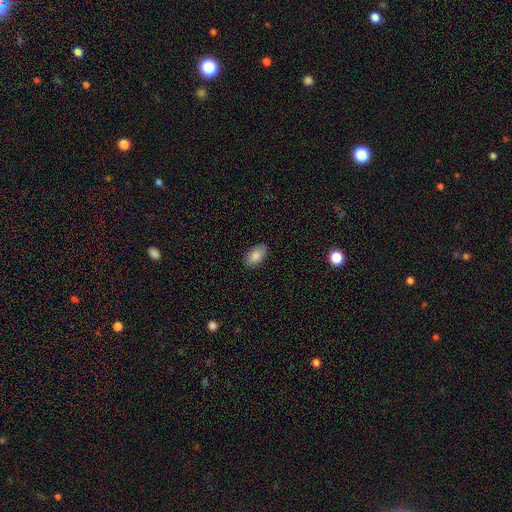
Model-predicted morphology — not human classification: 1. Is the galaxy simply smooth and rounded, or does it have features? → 84% smooth, 9% featured or disk, 7% star or artifact.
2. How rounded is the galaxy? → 94% in between, 5% round, 2% cigar-shaped.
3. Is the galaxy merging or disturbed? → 86% none, 11% minor disturbance, 2% major disturbance, 1% merger.